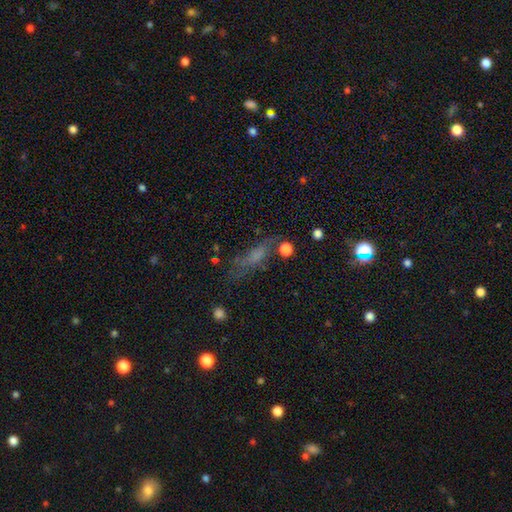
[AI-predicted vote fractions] A smooth galaxy with no disk features (51%) that is cigar-shaped (50%). Merging: none (54%).